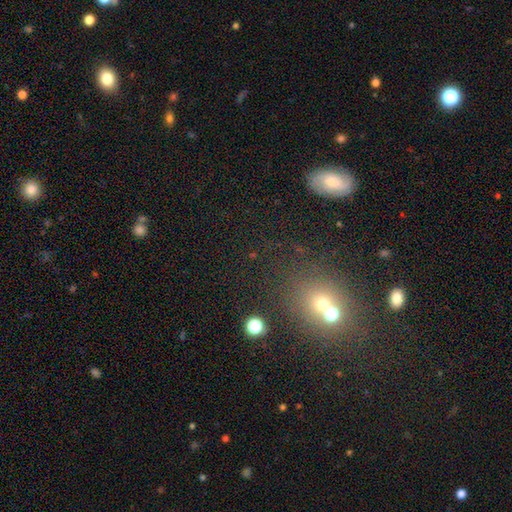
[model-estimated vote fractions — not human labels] smooth_or_featured: smooth (p=0.43) [alt: star or artifact p=0.42]
merging: none (p=0.58) [alt: merger p=0.24]